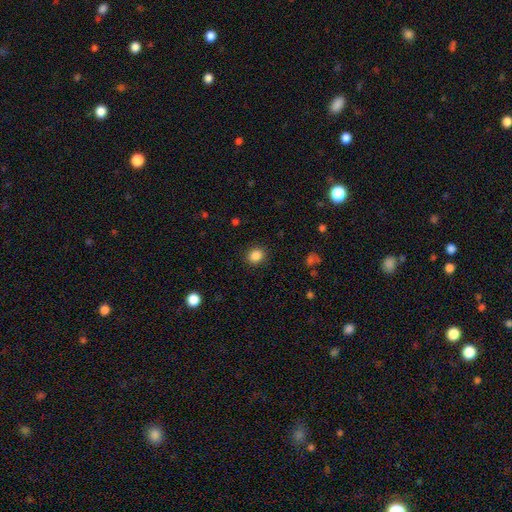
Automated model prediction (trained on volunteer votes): A smooth galaxy with no disk features (86%) that is round (78%). Merging: none (90%).